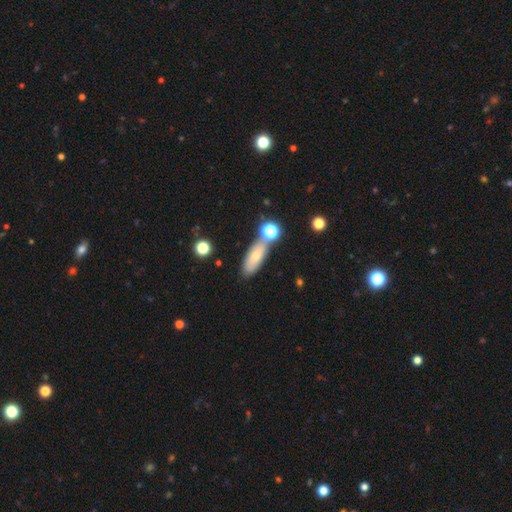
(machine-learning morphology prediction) smooth_or_featured: smooth (p=0.68) [alt: featured or disk p=0.23]
how_rounded: in between (p=0.66) [alt: cigar-shaped p=0.30]
merging: none (p=0.65) [alt: merger p=0.16]